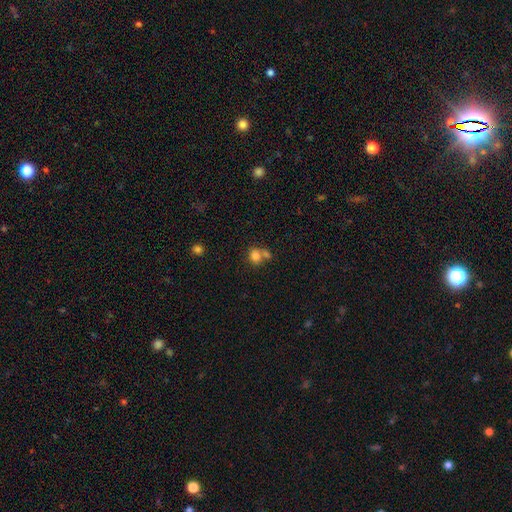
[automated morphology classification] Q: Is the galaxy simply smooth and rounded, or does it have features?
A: smooth — 80%.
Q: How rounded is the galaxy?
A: round — 65%.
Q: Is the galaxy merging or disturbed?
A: none — 43%, tied with merger.